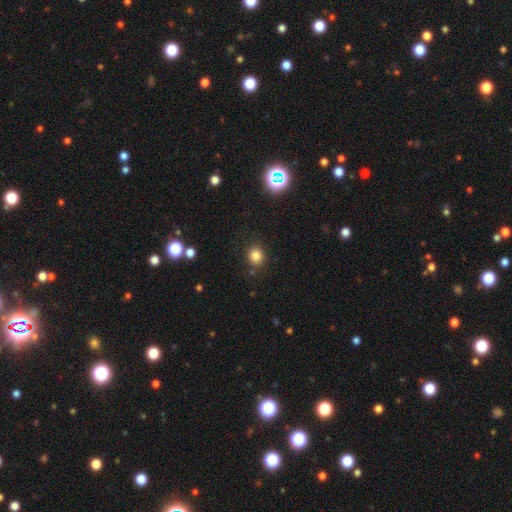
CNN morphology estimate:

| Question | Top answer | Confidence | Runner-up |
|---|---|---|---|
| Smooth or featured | smooth | 82% | star or artifact (13%) |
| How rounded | round | 76% | in between (23%) |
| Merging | none | 85% | minor disturbance (10%) |